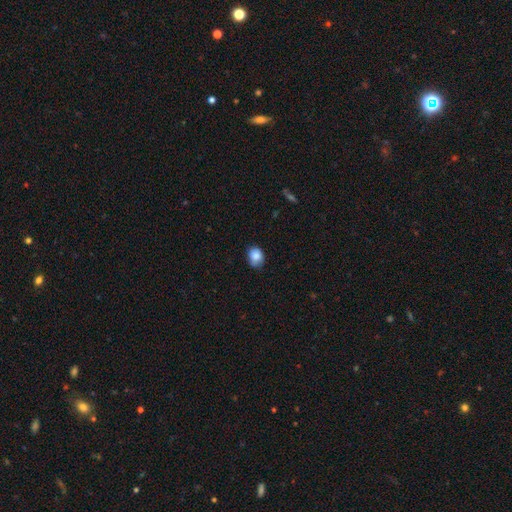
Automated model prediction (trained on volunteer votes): A smooth galaxy with no disk features (85%) that is in between round and cigar-shaped (54%). Merging: none (65%).